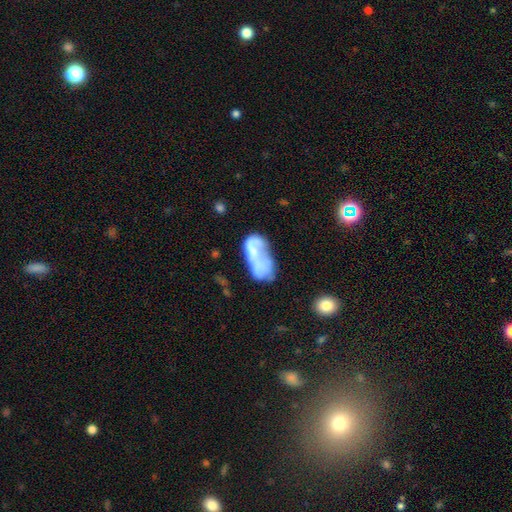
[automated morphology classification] This is possibly a smooth galaxy (49%). Merging: marginally merger (32%).